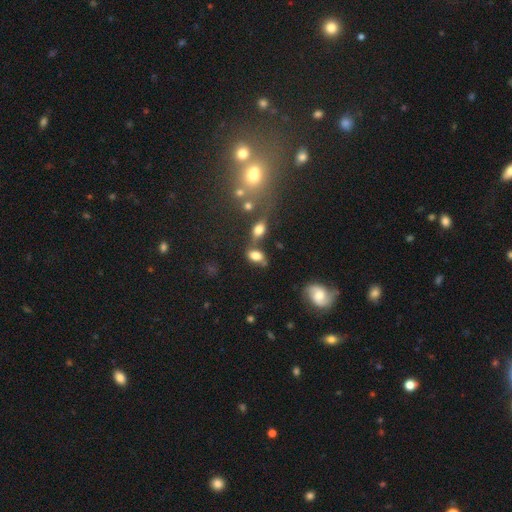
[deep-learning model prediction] Overall: smooth (74%). How rounded: in between (87%). Merging: none (43%; merger 31%).